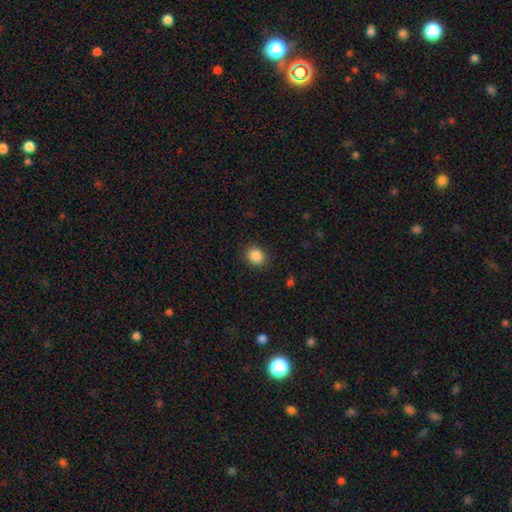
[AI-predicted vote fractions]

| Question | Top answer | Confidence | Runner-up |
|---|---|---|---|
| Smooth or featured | smooth | 88% | star or artifact (9%) |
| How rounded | round | 70% | in between (29%) |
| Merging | none | 88% | minor disturbance (8%) |